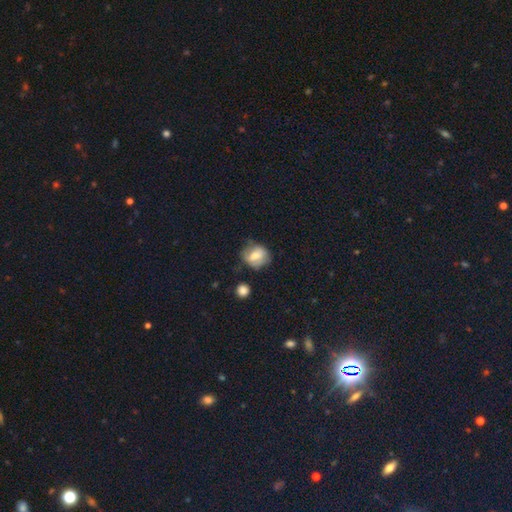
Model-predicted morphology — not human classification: Smooth or featured? Predicted: smooth (p=0.61). How rounded? Predicted: round (p=0.57). Merging? Predicted: none (p=0.55).